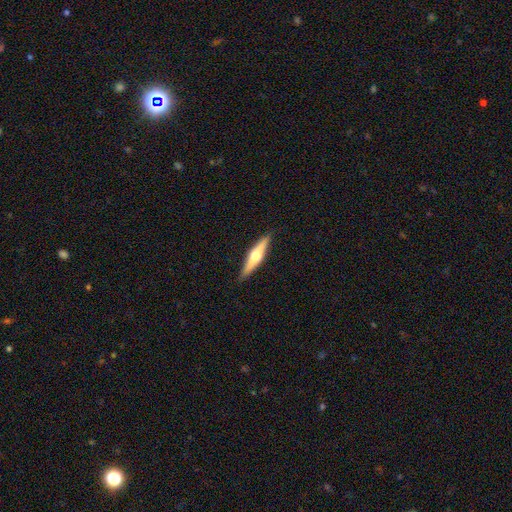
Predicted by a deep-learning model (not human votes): This appears to be a featured or disk galaxy (62%) viewed edge-on (96%) with a rounded central bulge (94%). Merging: none (89%).